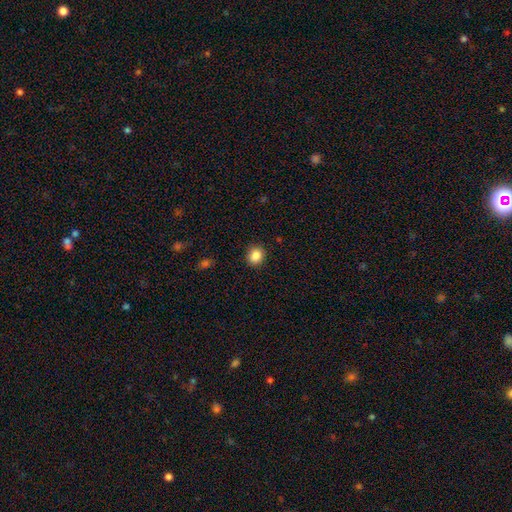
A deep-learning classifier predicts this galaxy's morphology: This appears to be a smooth galaxy with no disk features (87%) that is round (76%). Merging: none (89%).